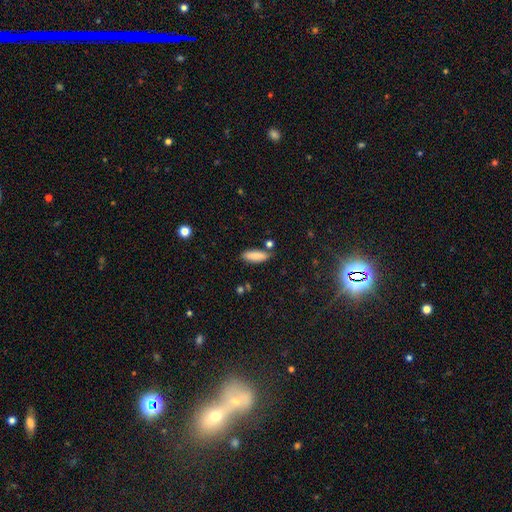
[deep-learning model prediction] smooth 86%, star or artifact 7%, featured or disk 6%. Down the decision tree: how rounded — in between (60%); merging — none (78%).